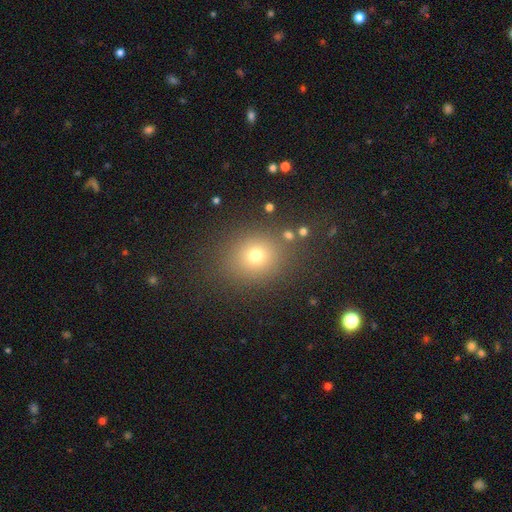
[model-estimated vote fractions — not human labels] A smooth galaxy with no disk features (70%) that is round (72%).

Vote fractions:
- Smooth or featured? smooth: 70% / star or artifact: 21% / featured or disk: 9%
- How rounded? round: 72% / in between: 27% / cigar-shaped: 1%
- Merging? none: 84% / minor disturbance: 9% / major disturbance: 4% / merger: 3%